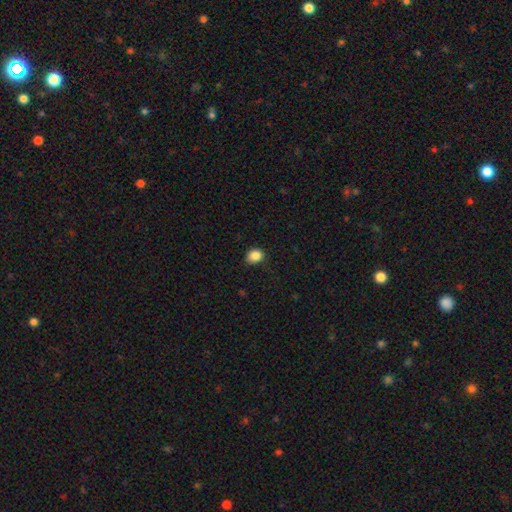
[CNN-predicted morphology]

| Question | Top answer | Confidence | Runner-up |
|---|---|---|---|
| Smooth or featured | smooth | 87% | star or artifact (10%) |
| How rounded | round | 53% | in between (47%) |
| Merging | none | 78% | minor disturbance (18%) |